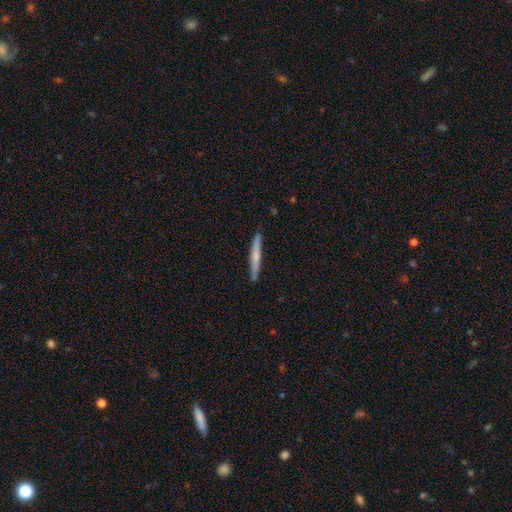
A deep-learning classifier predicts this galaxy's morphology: A smooth galaxy with no disk features (51%) that is cigar-shaped (96%). Merging: none (88%).